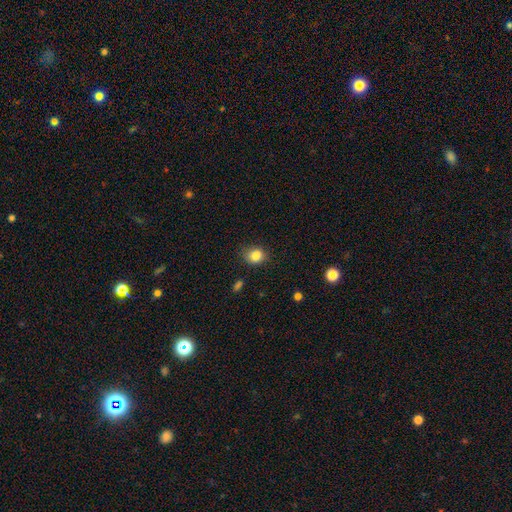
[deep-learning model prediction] smooth-or-featured: smooth: 85% | star or artifact: 10% | featured or disk: 5%
  how-rounded: round: 61% | in between: 39% | cigar-shaped: 1%
  merging: none: 73% | minor disturbance: 20% | major disturbance: 5% | merger: 2%